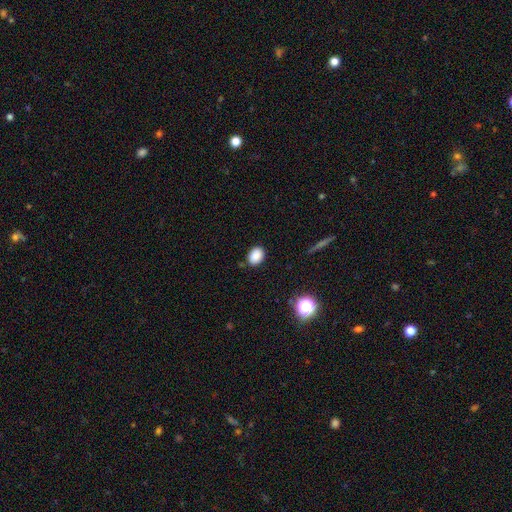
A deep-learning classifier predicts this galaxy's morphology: Overall: smooth (86%). How rounded: in between (72%). Merging: none (86%).